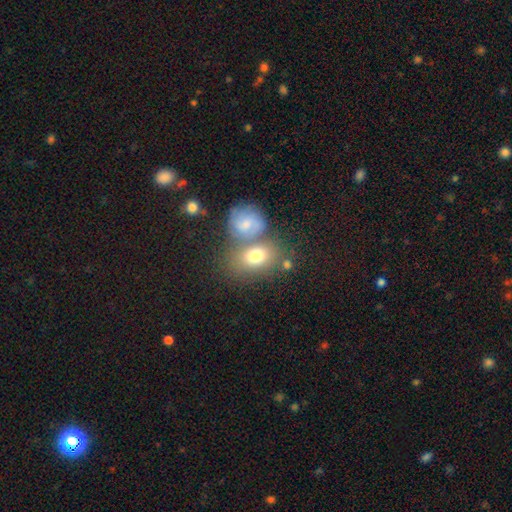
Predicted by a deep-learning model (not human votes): A smooth galaxy with no disk features (75%) that is in between round and cigar-shaped (67%). Merging: none (47%).